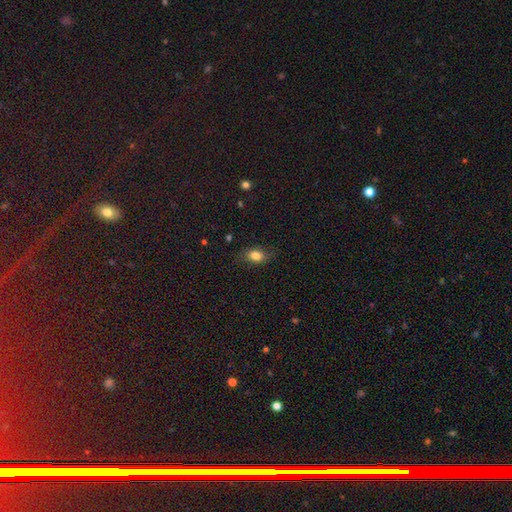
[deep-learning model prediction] Smooth or featured?
  - smooth: 82% *
  - star or artifact: 10%
  - featured or disk: 9%
How rounded?
  - in between: 76% *
  - round: 21%
  - cigar-shaped: 2%
Merging?
  - none: 78% *
  - minor disturbance: 16%
  - major disturbance: 4%
  - merger: 1%